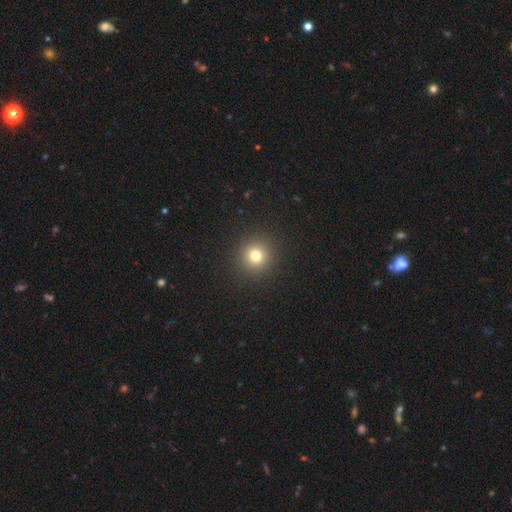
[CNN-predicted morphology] Smooth or featured? Predicted: smooth (p=0.77). How rounded? Predicted: round (p=0.94). Merging? Predicted: none (p=0.92).